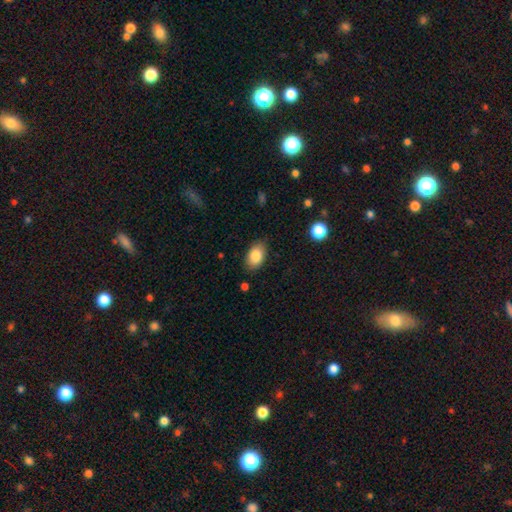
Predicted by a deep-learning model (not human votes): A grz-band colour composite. It shows a smooth galaxy with no disk features (85%) that is in between round and cigar-shaped (90%). Merging: none (83%).